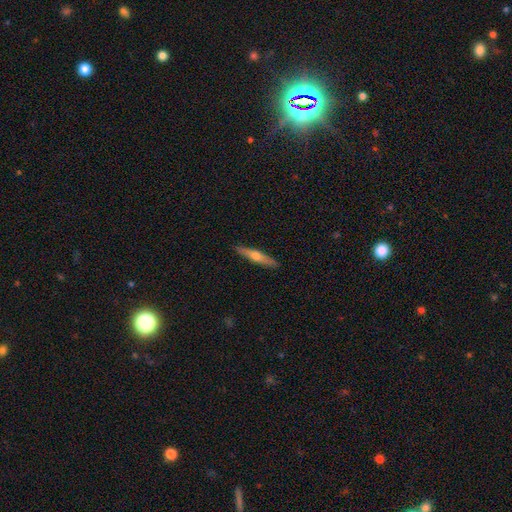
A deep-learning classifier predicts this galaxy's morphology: Smooth or featured: featured or disk — 55% (smooth — 39%)
Edge-on disk: yes — 96% (no — 4%)
Edge-on bulge: rounded — 89% (none — 7%)
Merging: none — 91% (minor disturbance — 6%)